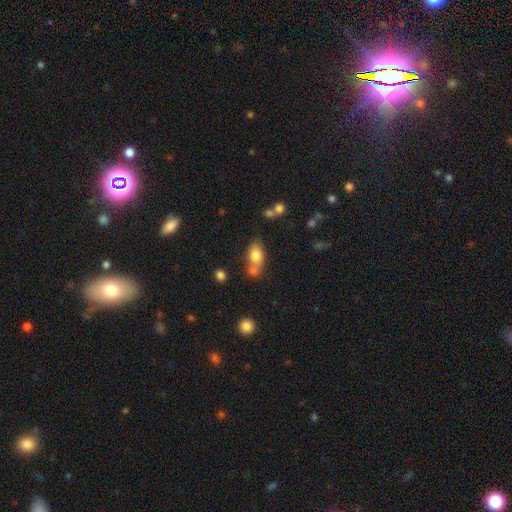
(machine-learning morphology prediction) type=smooth (76%); roundness=in between (82%); merging=none (47%).